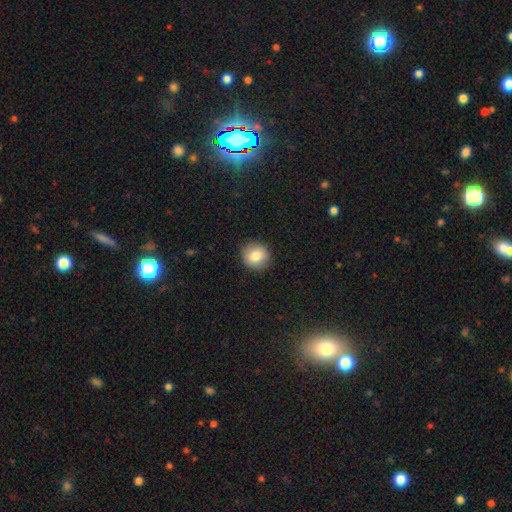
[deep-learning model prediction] Smooth or featured?
  - smooth: 83% *
  - star or artifact: 9%
  - featured or disk: 9%
How rounded?
  - round: 89% *
  - in between: 10%
  - cigar-shaped: 1%
Merging?
  - none: 90% *
  - minor disturbance: 7%
  - major disturbance: 2%
  - merger: 1%